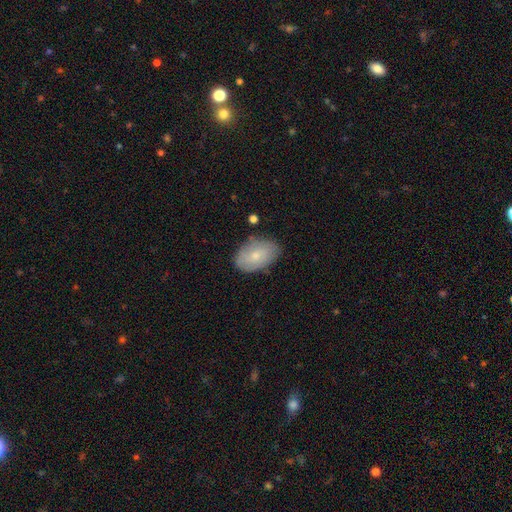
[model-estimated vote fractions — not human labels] Smooth or featured?
  - smooth: 70% *
  - featured or disk: 24%
  - star or artifact: 6%
How rounded?
  - in between: 90% *
  - round: 9%
  - cigar-shaped: 1%
Merging?
  - none: 76% *
  - minor disturbance: 18%
  - major disturbance: 4%
  - merger: 2%